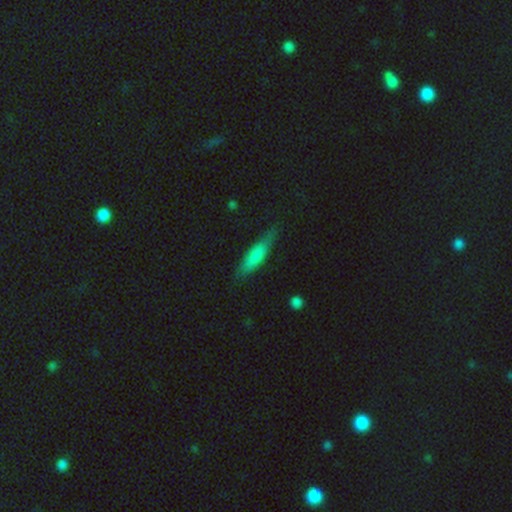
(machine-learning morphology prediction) smooth 73%, featured or disk 21%, star or artifact 7%. Down the decision tree: how rounded — cigar-shaped (63%); merging — none (74%).